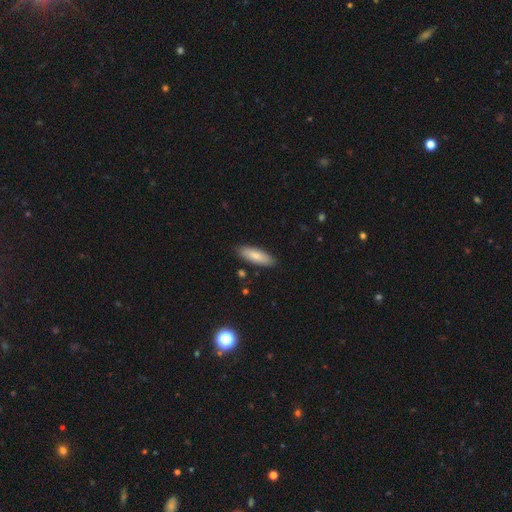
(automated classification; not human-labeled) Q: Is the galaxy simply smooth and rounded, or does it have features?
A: smooth — 79%.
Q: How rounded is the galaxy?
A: in between — 57%.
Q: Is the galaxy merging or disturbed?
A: none — 88%.